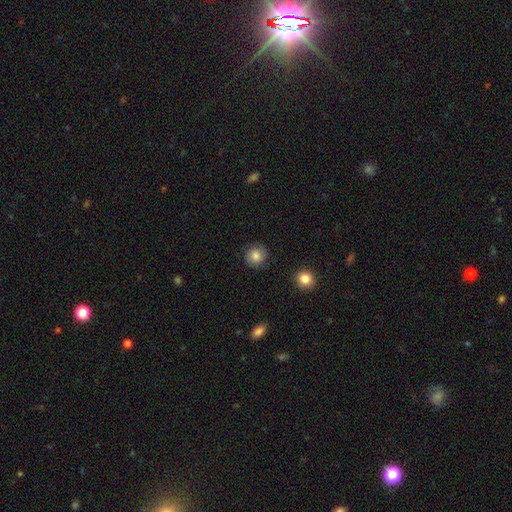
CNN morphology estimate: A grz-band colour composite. It shows a smooth galaxy with no disk features (71%) that is round (90%). Merging: none (85%).